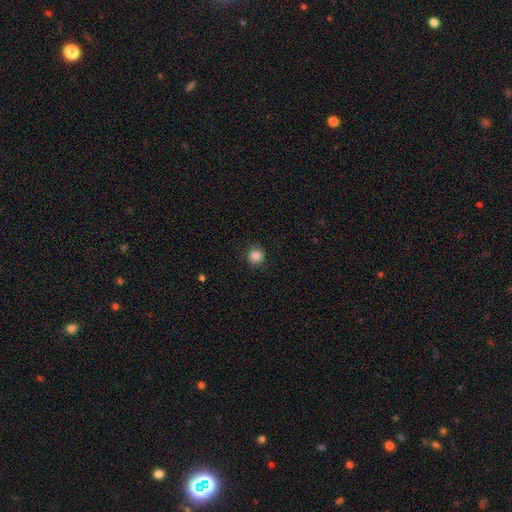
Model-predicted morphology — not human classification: This appears to be a smooth galaxy with no disk features (85%) that is round (93%). Merging: none (90%).